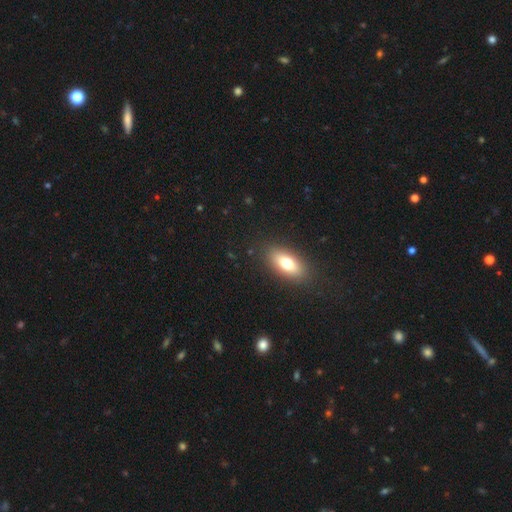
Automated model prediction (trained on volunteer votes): Morphology: type=smooth (66%); roundness=in between (83%); merging=none (89%).